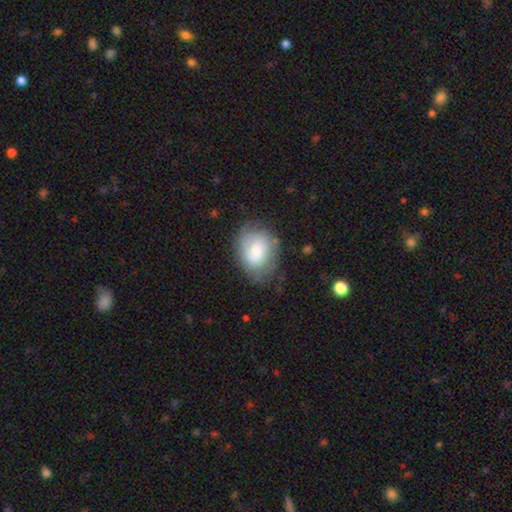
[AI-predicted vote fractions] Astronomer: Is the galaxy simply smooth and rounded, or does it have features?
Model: smooth — 60%.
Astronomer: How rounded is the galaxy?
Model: in between — 62%.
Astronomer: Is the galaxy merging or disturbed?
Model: none — 64%.